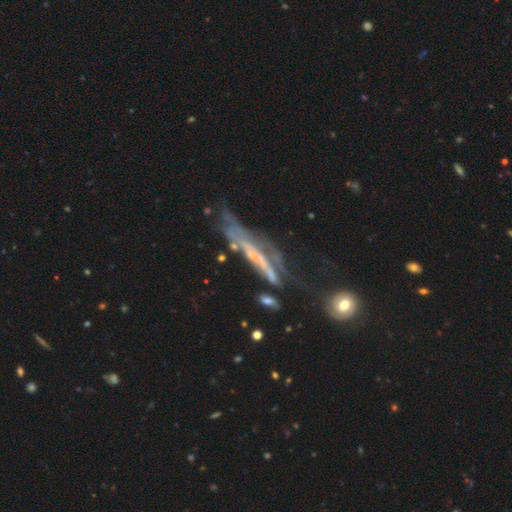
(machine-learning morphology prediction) Smooth or featured? Predicted: featured or disk (p=0.67). Edge-on disk? Predicted: yes (p=0.58). Merging? Predicted: none (p=0.35).